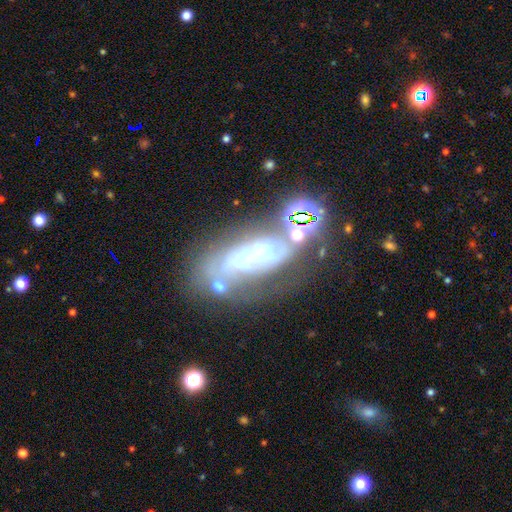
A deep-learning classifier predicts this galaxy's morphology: Smooth or featured? Predicted: featured or disk (p=0.65). Edge-on disk? Predicted: no (p=0.91). Bar? Predicted: no (p=0.73). Spiral arms? Predicted: yes (p=0.60). Bulge size? Predicted: small (p=0.55). Merging? Predicted: none (p=0.46).